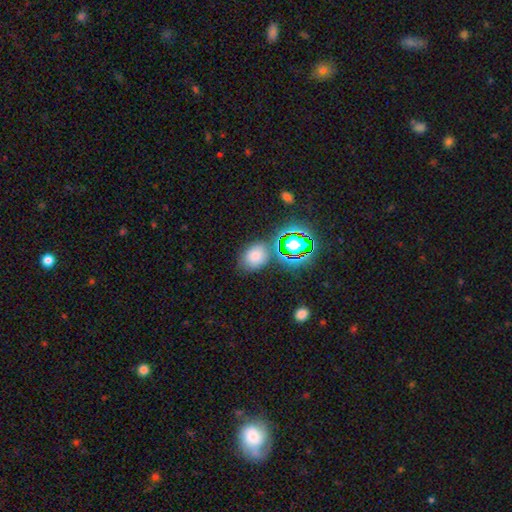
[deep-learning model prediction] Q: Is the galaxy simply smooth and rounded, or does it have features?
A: smooth — 71%.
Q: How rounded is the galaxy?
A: in between — 68%.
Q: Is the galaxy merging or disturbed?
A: none — 73%.